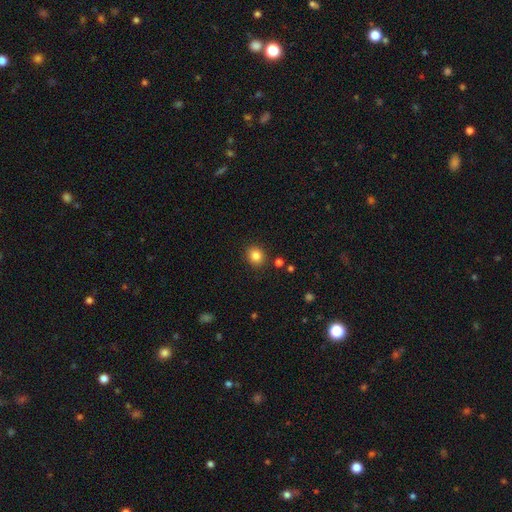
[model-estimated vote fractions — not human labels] A smooth galaxy with no disk features (84%) that is round (73%).

Vote fractions:
- Smooth or featured? smooth: 84% / star or artifact: 11% / featured or disk: 5%
- How rounded? round: 73% / in between: 26% / cigar-shaped: 1%
- Merging? none: 88% / minor disturbance: 8% / merger: 2% / major disturbance: 2%